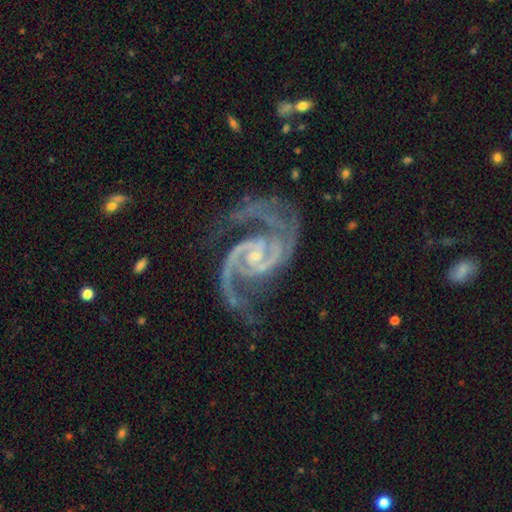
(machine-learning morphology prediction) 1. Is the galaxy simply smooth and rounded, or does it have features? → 94% featured or disk, 4% star or artifact, 2% smooth.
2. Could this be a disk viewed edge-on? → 98% no, 2% yes.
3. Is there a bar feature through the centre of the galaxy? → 45% no, 40% weak, 15% strong.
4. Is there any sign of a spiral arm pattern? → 99% yes, 1% no.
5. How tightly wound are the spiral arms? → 58% medium, 29% tight, 12% loose.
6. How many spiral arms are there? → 90% 2, 4% 3, 2% can't tell, 2% 4, 2% 1, 1% more than 4.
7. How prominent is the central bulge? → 74% small, 18% moderate, 6% none, 1% large, 1% dominant.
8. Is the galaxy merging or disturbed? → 64% none, 20% minor disturbance, 14% major disturbance, 3% merger.